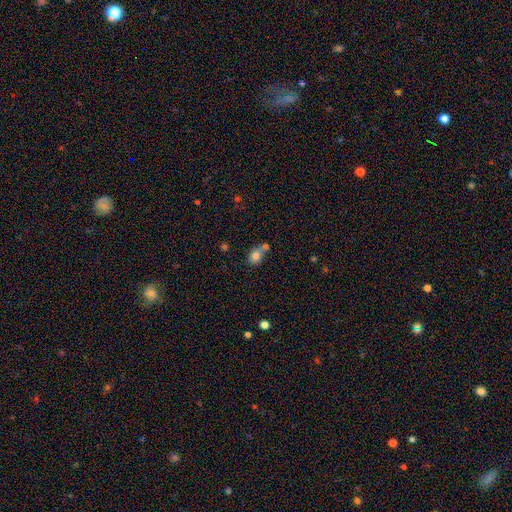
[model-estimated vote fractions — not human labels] A smooth galaxy with no disk features (79%) that is round (54%). Merging: none (41%).